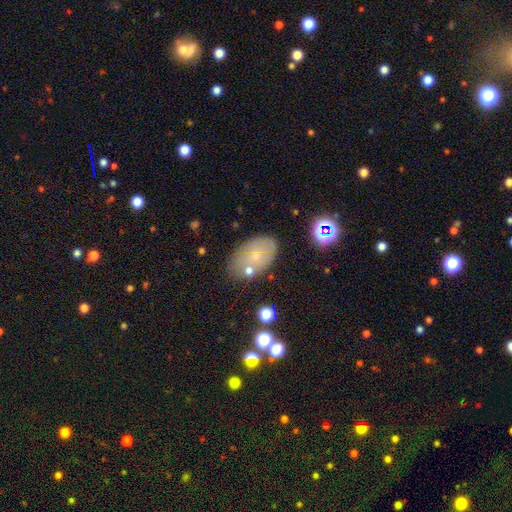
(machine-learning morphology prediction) This is possibly a smooth galaxy (54%). How rounded: clearly in between (90%). Merging: likely none (67%).